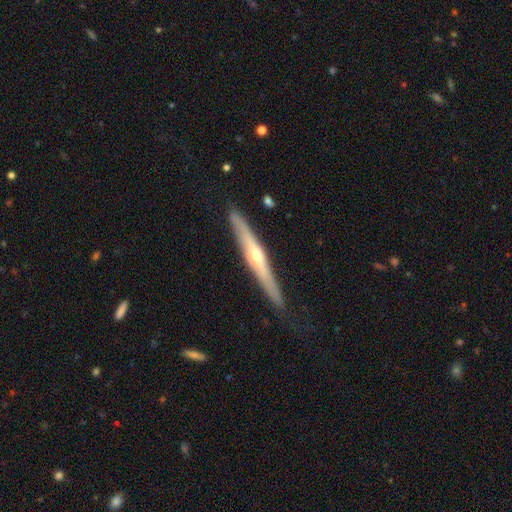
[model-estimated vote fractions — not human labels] A featured or disk galaxy (69%) viewed edge-on (95%) with a rounded central bulge (79%). Merging: none (83%).